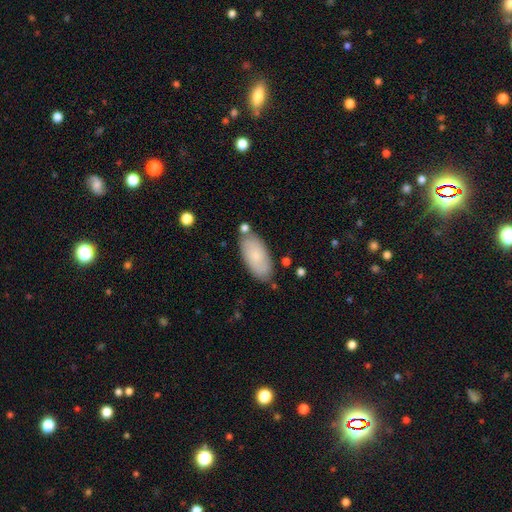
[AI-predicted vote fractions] smooth 79%, featured or disk 15%, star or artifact 6%. Down the decision tree: how rounded — in between (92%); merging — none (76%).